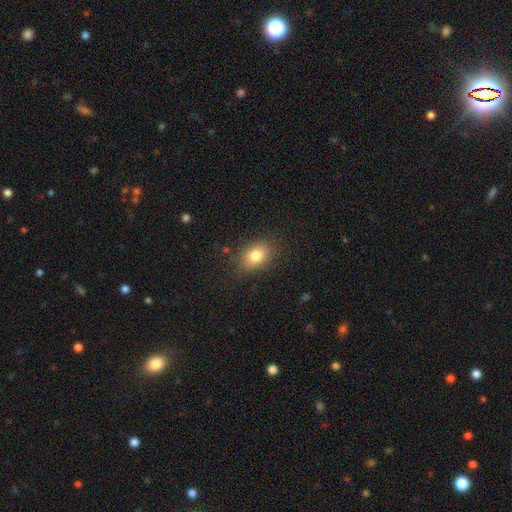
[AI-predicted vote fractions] Smooth or featured?
  - smooth: 81% *
  - star or artifact: 10%
  - featured or disk: 9%
How rounded?
  - in between: 76% *
  - round: 22%
  - cigar-shaped: 1%
Merging?
  - none: 83% *
  - minor disturbance: 12%
  - major disturbance: 4%
  - merger: 1%